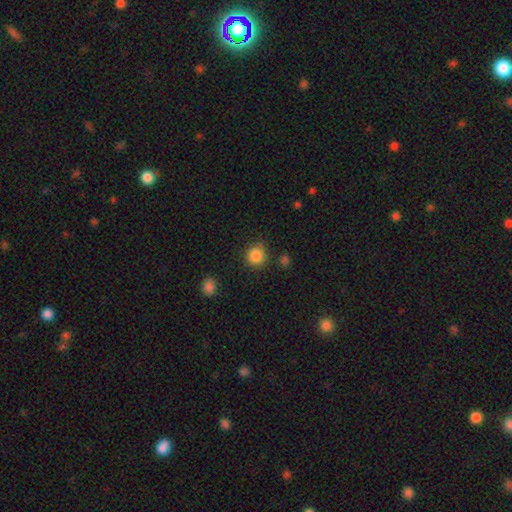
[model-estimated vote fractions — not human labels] This is clearly a smooth galaxy (86%). How rounded: clearly round (91%). Merging: clearly none (85%).